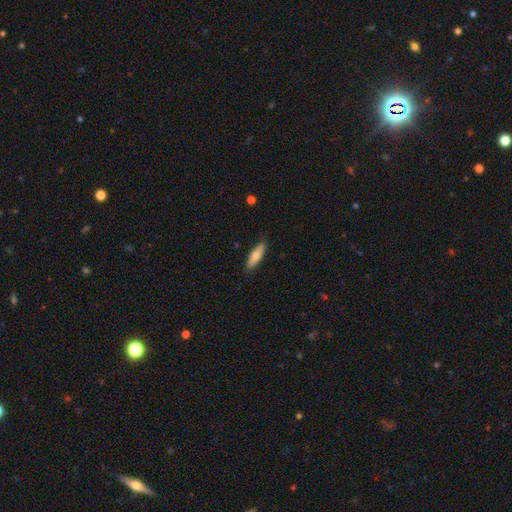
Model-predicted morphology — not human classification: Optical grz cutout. It shows a smooth galaxy with no disk features (70%) that is cigar-shaped (54%). Merging: none (85%).